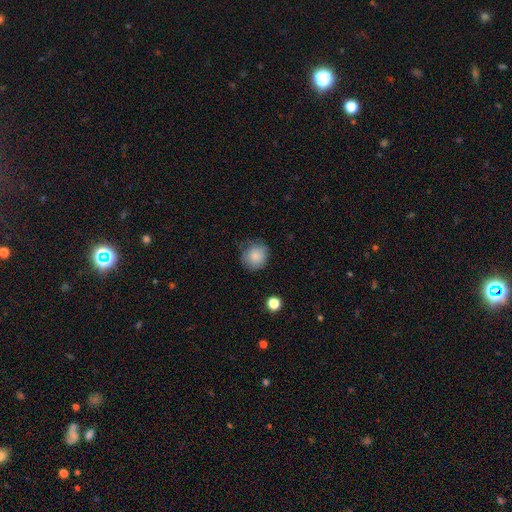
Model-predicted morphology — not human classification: type=smooth (84%); roundness=round (86%); merging=none (71%).